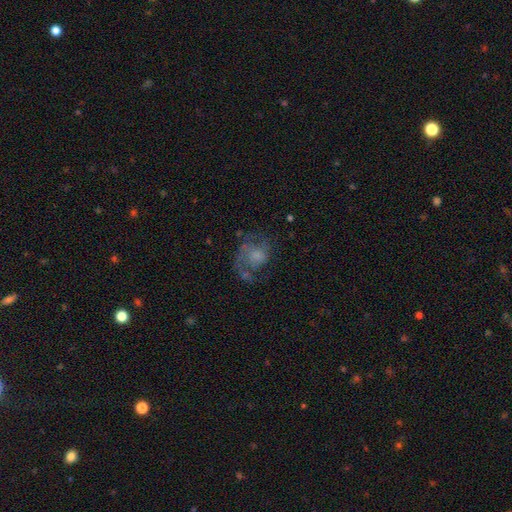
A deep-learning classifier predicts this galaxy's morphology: The model was most divided on "bulge size": moderate: 33%, small: 26%, none: 23%, large: 15%, dominant: 3%. Remaining: edge-on disk — no (98%); spiral arms — yes (78%); bar — no (76%); smooth or featured — featured or disk (59%); merging — none (45%).